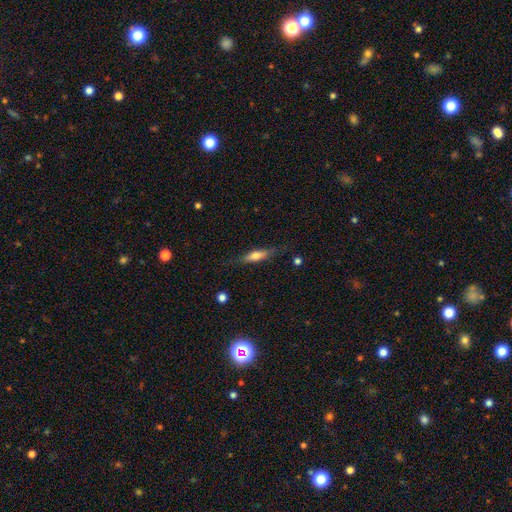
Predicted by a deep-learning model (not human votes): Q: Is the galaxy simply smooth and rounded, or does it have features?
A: smooth — 53%.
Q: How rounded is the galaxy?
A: cigar-shaped — 70%.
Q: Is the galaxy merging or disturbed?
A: none — 76%.